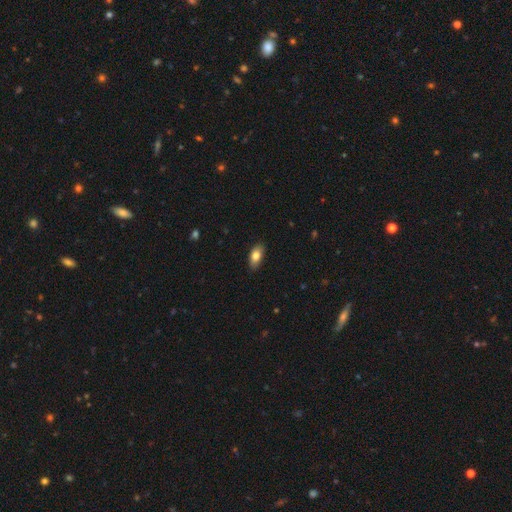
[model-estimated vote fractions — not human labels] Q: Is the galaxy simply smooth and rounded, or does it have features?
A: smooth — 82%.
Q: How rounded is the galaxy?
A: in between — 90%.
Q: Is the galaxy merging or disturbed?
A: none — 86%.